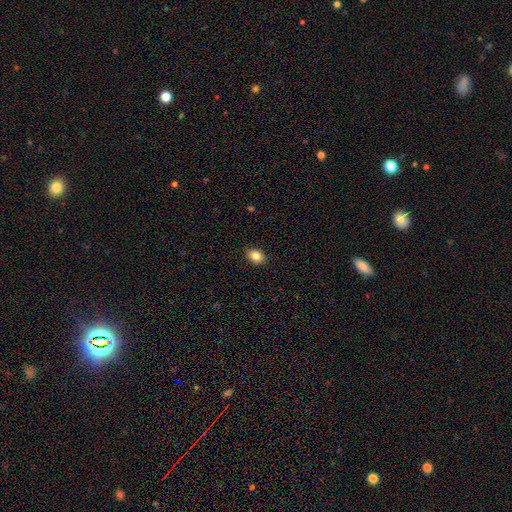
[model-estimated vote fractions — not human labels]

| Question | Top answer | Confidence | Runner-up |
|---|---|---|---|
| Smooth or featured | smooth | 83% | star or artifact (10%) |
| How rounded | in between | 60% | round (39%) |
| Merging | none | 90% | minor disturbance (8%) |